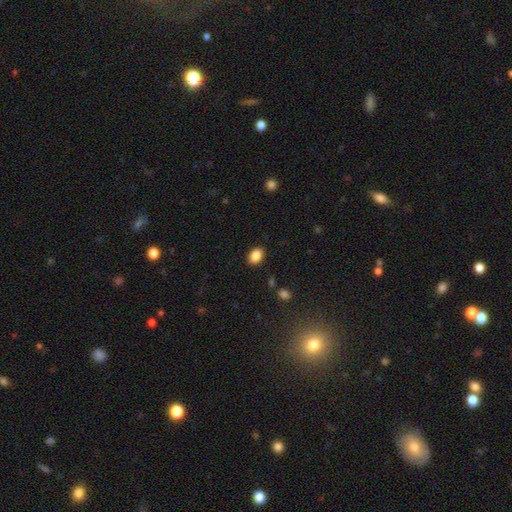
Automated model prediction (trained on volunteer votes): Smooth or featured: smooth — 86% (star or artifact — 9%)
How rounded: in between — 78% (round — 21%)
Merging: none — 88% (minor disturbance — 8%)